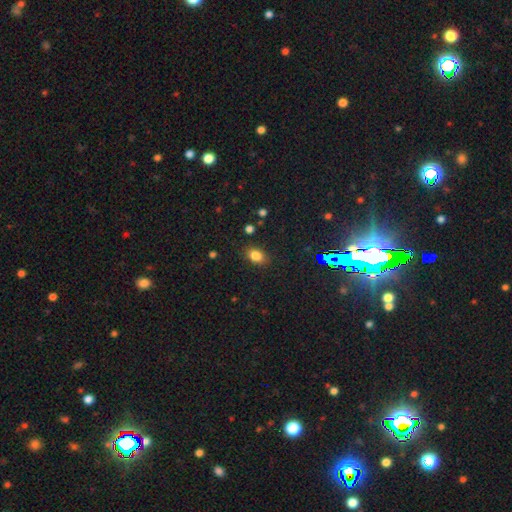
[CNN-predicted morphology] The model was most divided on "how rounded": in between: 79%, round: 19%, cigar-shaped: 2%. More confident: merging — none (85%); smooth or featured — smooth (81%).